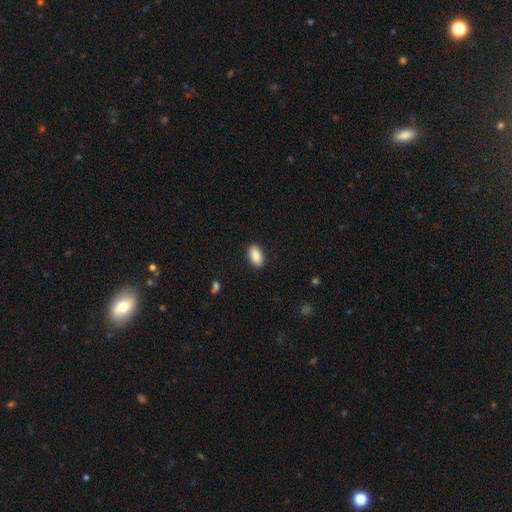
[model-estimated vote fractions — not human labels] Smooth or featured?
  - smooth: 89% *
  - star or artifact: 7%
  - featured or disk: 5%
How rounded?
  - in between: 93% *
  - round: 4%
  - cigar-shaped: 3%
Merging?
  - none: 90% *
  - minor disturbance: 7%
  - major disturbance: 2%
  - merger: 1%